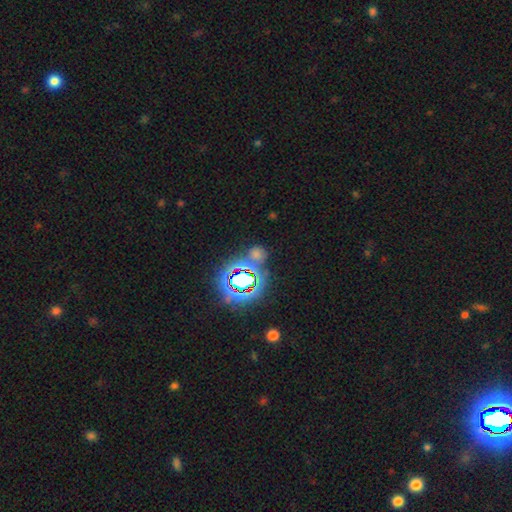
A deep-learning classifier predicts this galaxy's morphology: Overall: star or artifact (57%; smooth 34%).